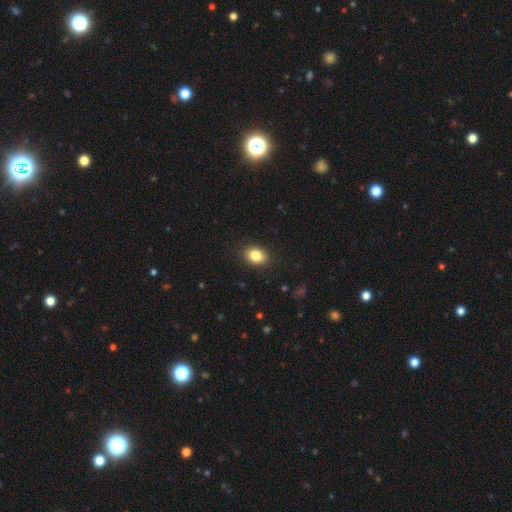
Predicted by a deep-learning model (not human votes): This is clearly a smooth galaxy (85%). How rounded: likely in between (72%). Merging: clearly none (89%).